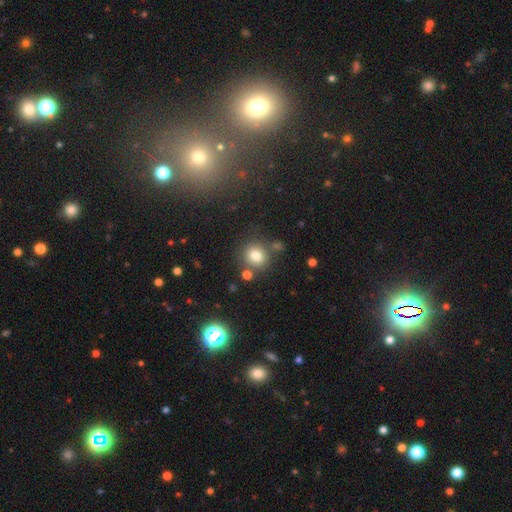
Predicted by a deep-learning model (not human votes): smooth_or_featured: smooth (p=0.78) [alt: star or artifact p=0.14]
how_rounded: round (p=0.78) [alt: in between p=0.21]
merging: none (p=0.74) [alt: minor disturbance p=0.11]